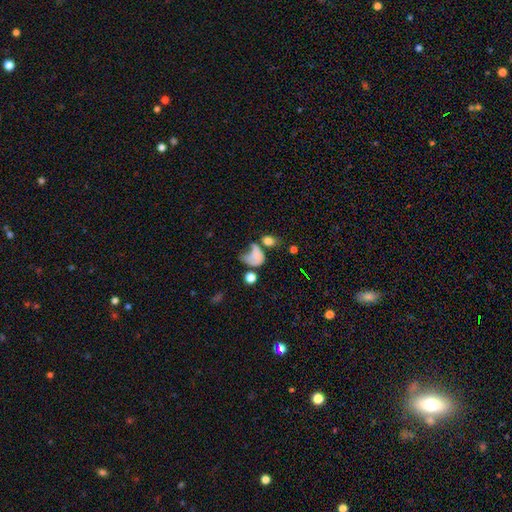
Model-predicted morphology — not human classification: Overall: smooth (65%). How rounded: in between (69%). Merging: major disturbance (39%; merger 23%).